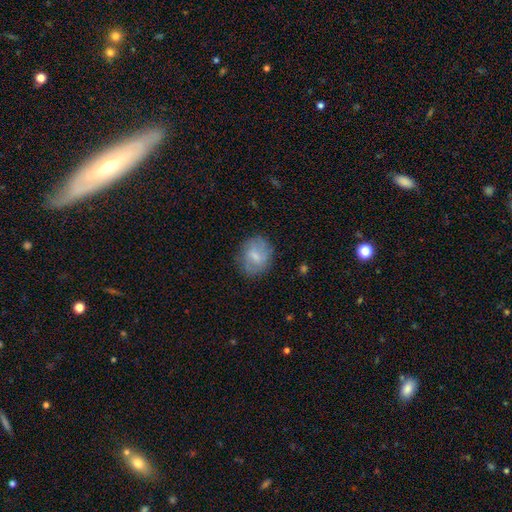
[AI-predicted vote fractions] smooth-or-featured: smooth: 55% | featured or disk: 38% | star or artifact: 8%
  how-rounded: round: 57% | in between: 41% | cigar-shaped: 1%
  merging: none: 74% | minor disturbance: 18% | major disturbance: 7% | merger: 1%